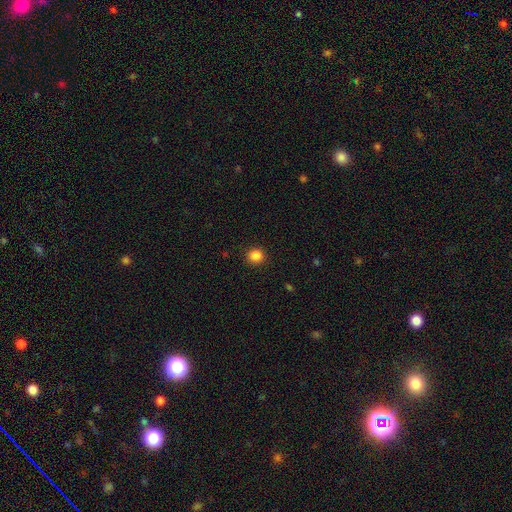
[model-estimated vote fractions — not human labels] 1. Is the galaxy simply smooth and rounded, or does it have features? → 87% smooth, 11% star or artifact, 3% featured or disk.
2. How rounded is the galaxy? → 86% round, 13% in between, 1% cigar-shaped.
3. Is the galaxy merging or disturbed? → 90% none, 6% minor disturbance, 2% major disturbance, 1% merger.